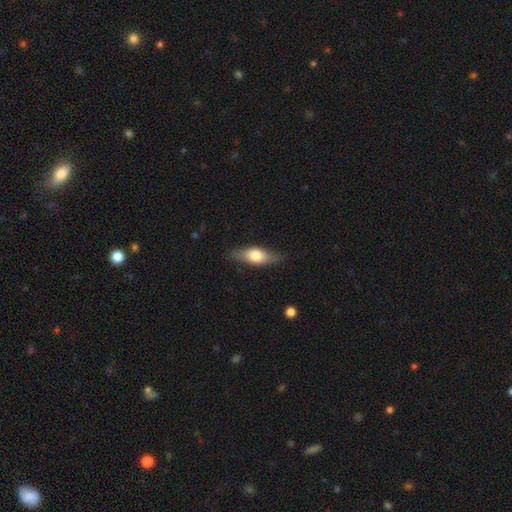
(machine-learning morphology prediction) This is possibly a smooth galaxy (58%). How rounded: likely in between (65%). Merging: clearly none (80%).